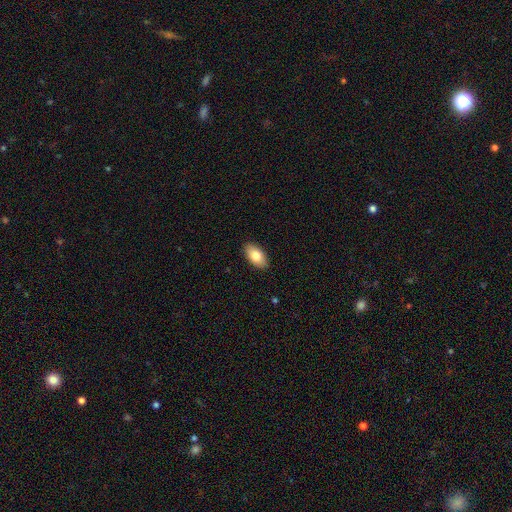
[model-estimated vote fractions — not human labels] Smooth or featured? Predicted: smooth (p=0.80). How rounded? Predicted: in between (p=0.94). Merging? Predicted: none (p=0.89).